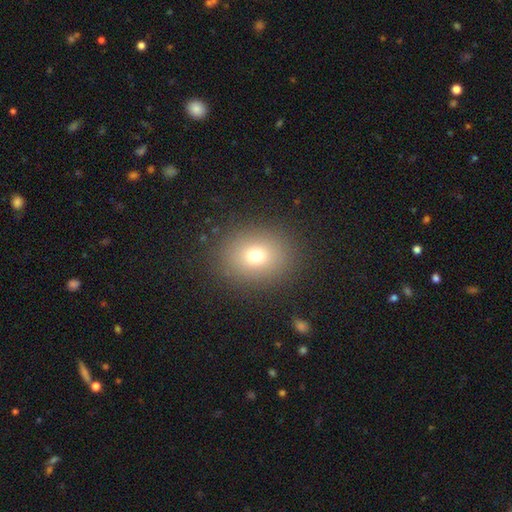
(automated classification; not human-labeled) smooth-or-featured: smooth: 73% | star or artifact: 15% | featured or disk: 12%
  how-rounded: round: 64% | in between: 35% | cigar-shaped: 1%
  merging: none: 87% | minor disturbance: 8% | major disturbance: 4% | merger: 1%